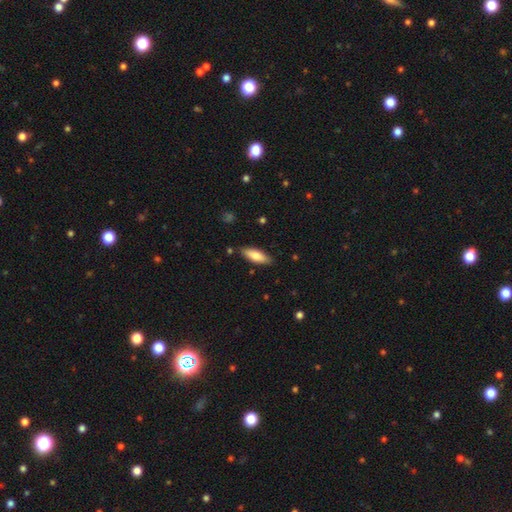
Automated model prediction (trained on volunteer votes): Smooth or featured?
  - smooth: 77% *
  - featured or disk: 17%
  - star or artifact: 6%
How rounded?
  - in between: 63% *
  - cigar-shaped: 36%
  - round: 2%
Merging?
  - none: 85% *
  - minor disturbance: 11%
  - major disturbance: 2%
  - merger: 2%